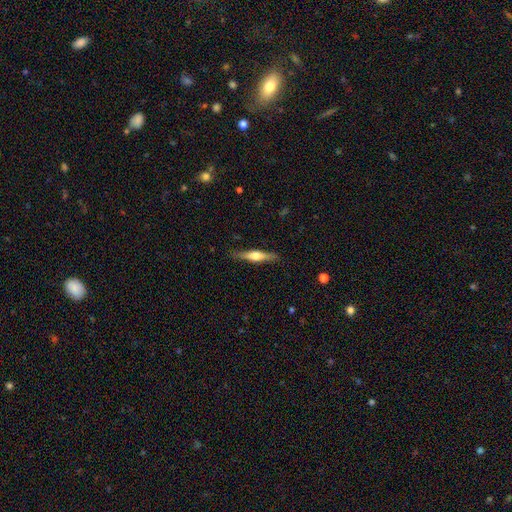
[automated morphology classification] type=featured or disk (56%); edge-on=yes (95%); edge-on bulge=rounded (90%); merging=none (86%).